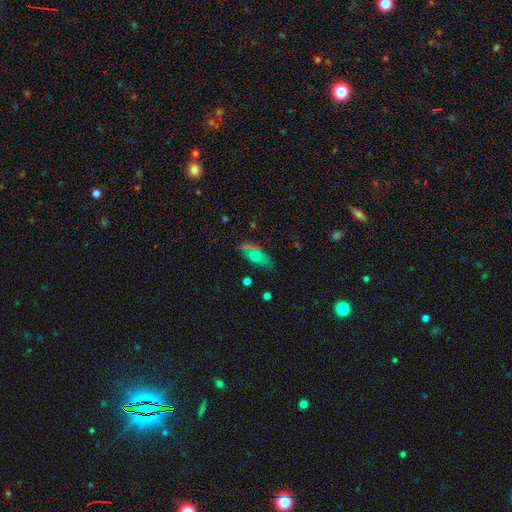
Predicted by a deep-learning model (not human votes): Smooth or featured: smooth — 61% (featured or disk — 21%)
How rounded: in between — 78% (cigar-shaped — 15%)
Merging: none — 70% (minor disturbance — 20%)